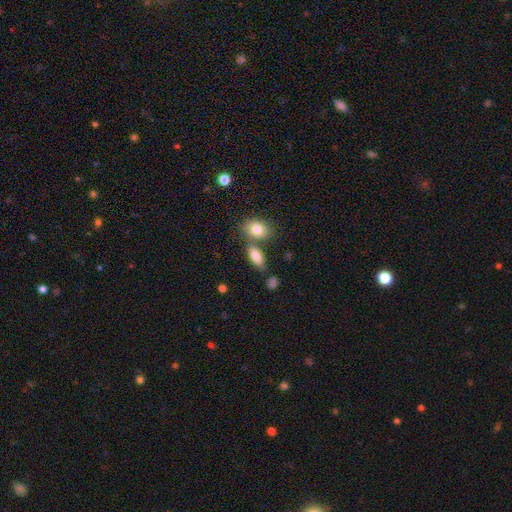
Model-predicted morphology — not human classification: Smooth or featured? Predicted: smooth (p=0.83). How rounded? Predicted: in between (p=0.85). Merging? Predicted: none (p=0.59).